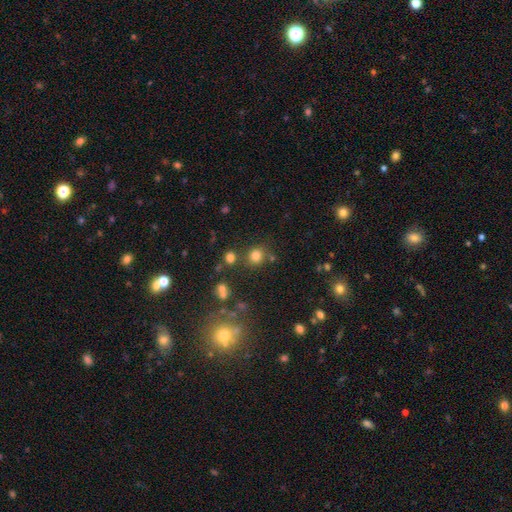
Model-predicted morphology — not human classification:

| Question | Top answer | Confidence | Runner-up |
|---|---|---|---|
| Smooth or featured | smooth | 76% | star or artifact (18%) |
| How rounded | round | 85% | in between (14%) |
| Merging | none | 75% | merger (10%) |